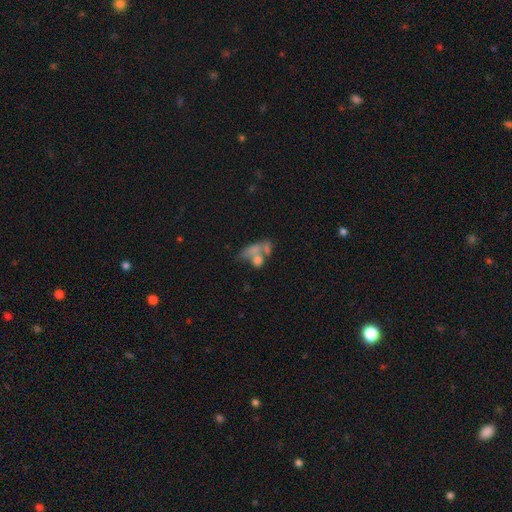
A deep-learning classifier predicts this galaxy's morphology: smooth_or_featured: smooth (p=0.60) [alt: featured or disk p=0.27]
how_rounded: in between (p=0.66) [alt: round p=0.24]
merging: merger (p=0.51) [alt: none p=0.24]